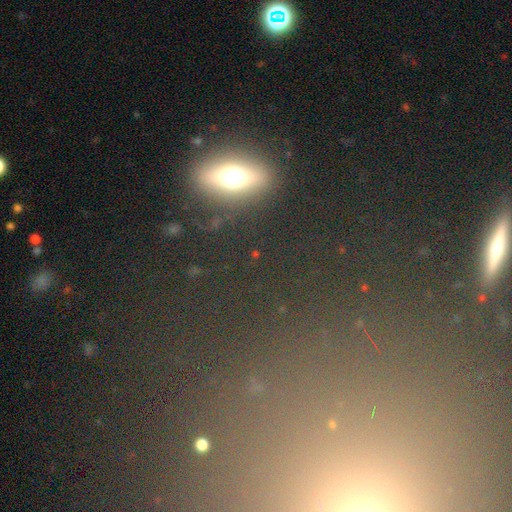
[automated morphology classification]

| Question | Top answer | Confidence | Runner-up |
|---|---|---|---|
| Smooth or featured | smooth | 53% | featured or disk (26%) |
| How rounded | in between | 66% | cigar-shaped (22%) |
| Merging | none | 86% | minor disturbance (8%) |